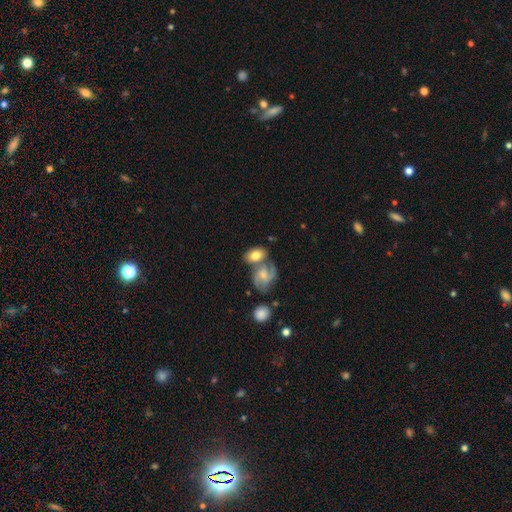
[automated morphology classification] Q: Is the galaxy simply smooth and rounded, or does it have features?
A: smooth — 61%.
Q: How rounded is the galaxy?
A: in between — 81%.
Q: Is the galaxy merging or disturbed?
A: none — 45%.